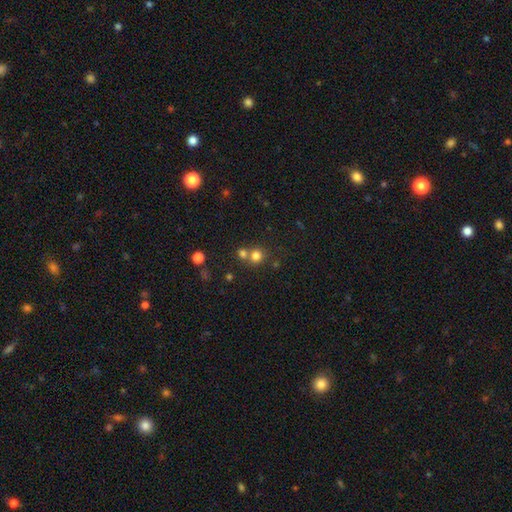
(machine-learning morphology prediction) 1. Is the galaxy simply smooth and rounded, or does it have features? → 77% smooth, 16% star or artifact, 8% featured or disk.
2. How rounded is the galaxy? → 89% round, 10% in between, 1% cigar-shaped.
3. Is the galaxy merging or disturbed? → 55% none, 36% merger, 6% minor disturbance, 2% major disturbance.